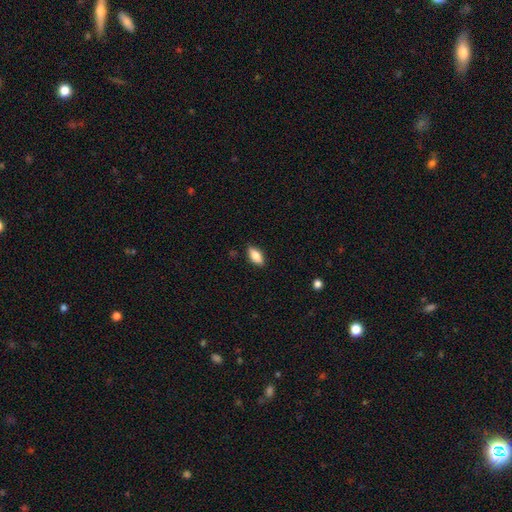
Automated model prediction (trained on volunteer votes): Smooth or featured? Predicted: smooth (p=0.77). How rounded? Predicted: in between (p=0.82). Merging? Predicted: none (p=0.85).